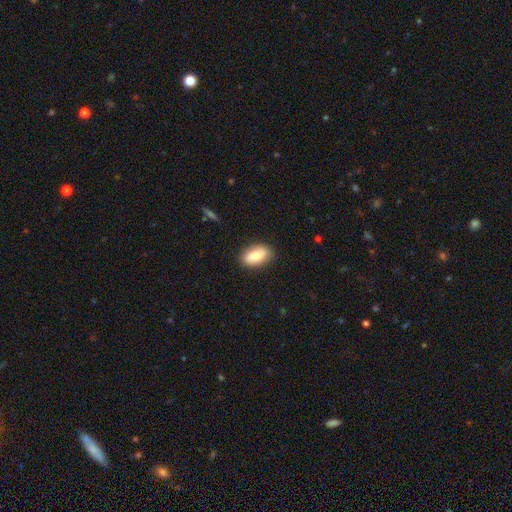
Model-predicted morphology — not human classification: Smooth or featured? smooth (81%)
How rounded? in between (91%)
Merging? none (86%)